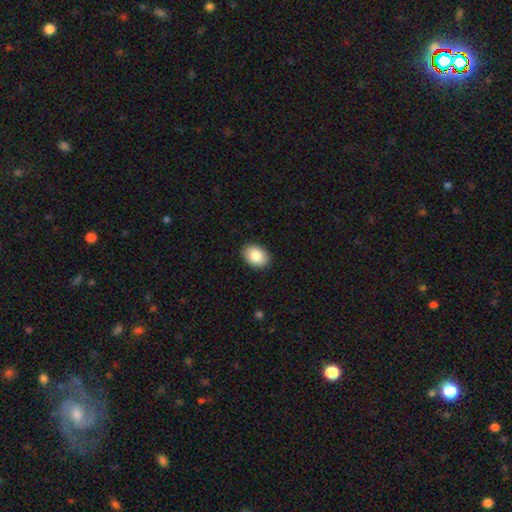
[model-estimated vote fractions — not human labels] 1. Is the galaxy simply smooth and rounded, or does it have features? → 85% smooth, 8% featured or disk, 7% star or artifact.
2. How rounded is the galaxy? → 80% in between, 19% round, 1% cigar-shaped.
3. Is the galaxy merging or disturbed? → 90% none, 7% minor disturbance, 2% major disturbance, 1% merger.